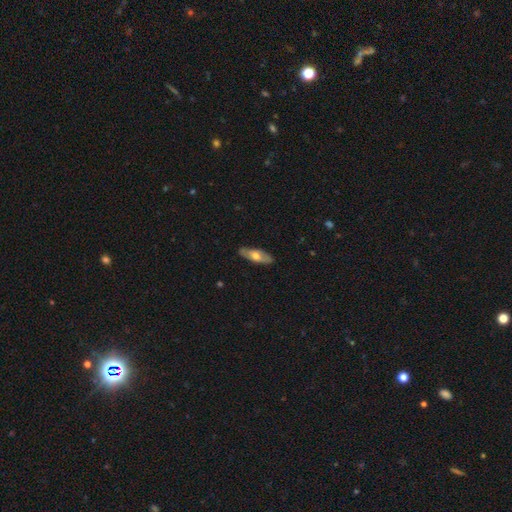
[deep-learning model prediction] Morphology: type=featured or disk (50%); merging=none (82%).